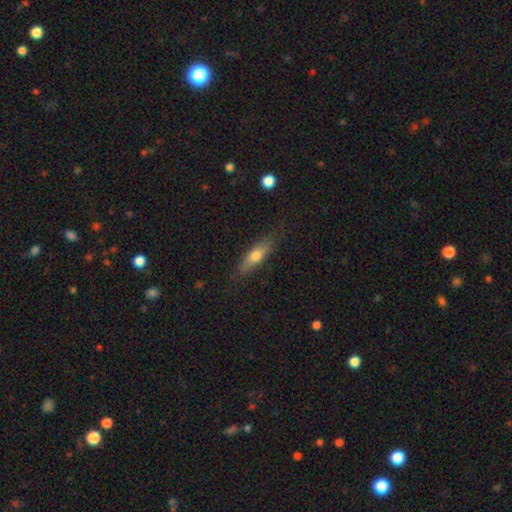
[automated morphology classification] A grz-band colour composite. It shows a smooth galaxy with no disk features (62%) that is cigar-shaped (56%). Merging: none (81%).